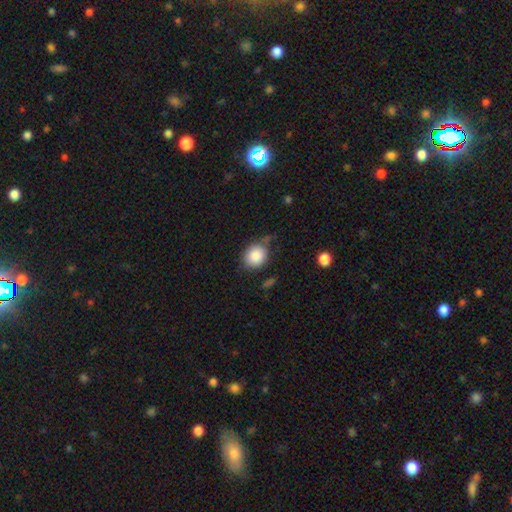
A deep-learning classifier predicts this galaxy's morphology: Q: Smooth or featured?
A: smooth (85%); runner-up: star or artifact (8%)
Q: How rounded?
A: round (68%); runner-up: in between (31%)
Q: Merging?
A: none (63%); runner-up: minor disturbance (25%)